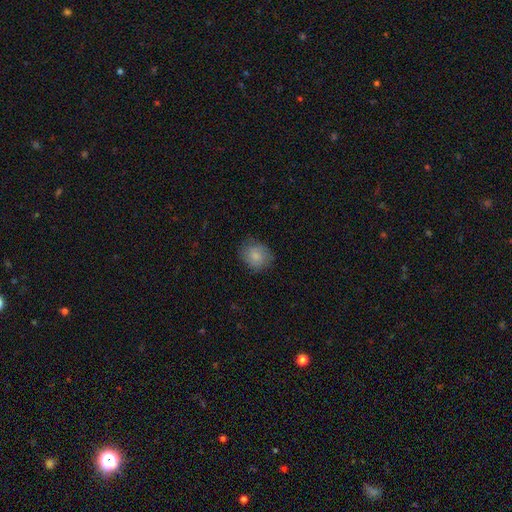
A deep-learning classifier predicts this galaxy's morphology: Smooth or featured?
  - smooth: 80% *
  - featured or disk: 13%
  - star or artifact: 8%
How rounded?
  - round: 72% *
  - in between: 27%
  - cigar-shaped: 1%
Merging?
  - none: 75% *
  - minor disturbance: 19%
  - major disturbance: 5%
  - merger: 1%